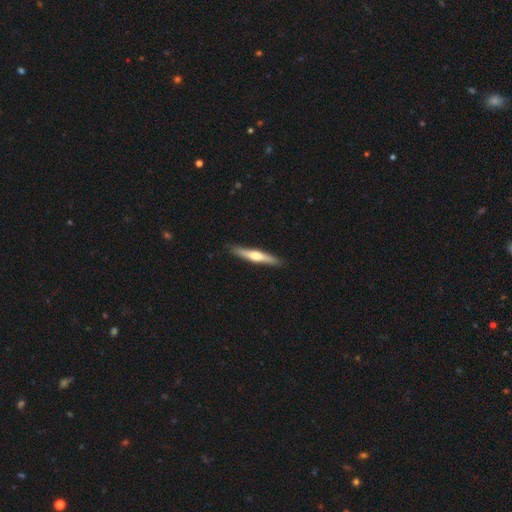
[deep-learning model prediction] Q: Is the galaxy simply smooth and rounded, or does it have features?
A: featured or disk — 54%.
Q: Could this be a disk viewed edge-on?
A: yes — 96%.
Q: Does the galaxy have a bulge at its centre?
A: rounded — 86%.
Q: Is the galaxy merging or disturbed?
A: none — 89%.